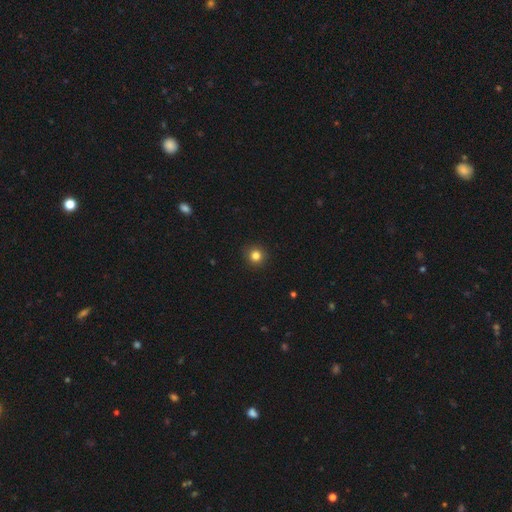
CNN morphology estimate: The model was most divided on "smooth or featured": smooth: 83%, star or artifact: 12%, featured or disk: 5%. More confident: how rounded — round (93%); merging — none (92%).